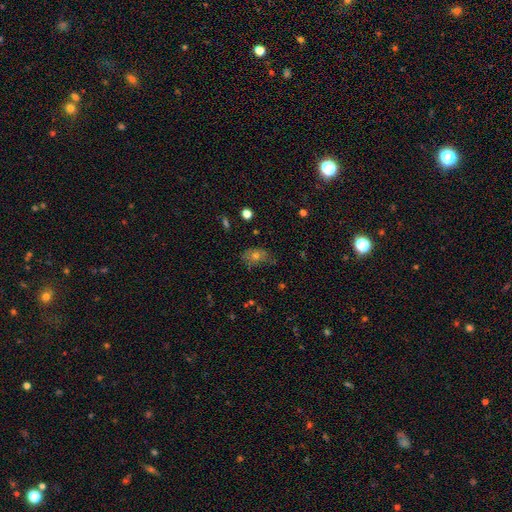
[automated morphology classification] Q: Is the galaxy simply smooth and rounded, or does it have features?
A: smooth — 51%.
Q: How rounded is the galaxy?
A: in between — 71%.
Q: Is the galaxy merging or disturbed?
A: none — 60%.